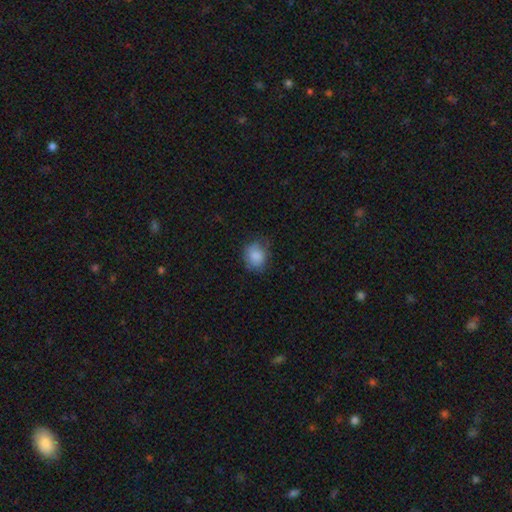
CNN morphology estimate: type=smooth (85%); roundness=round (61%); merging=none (71%).